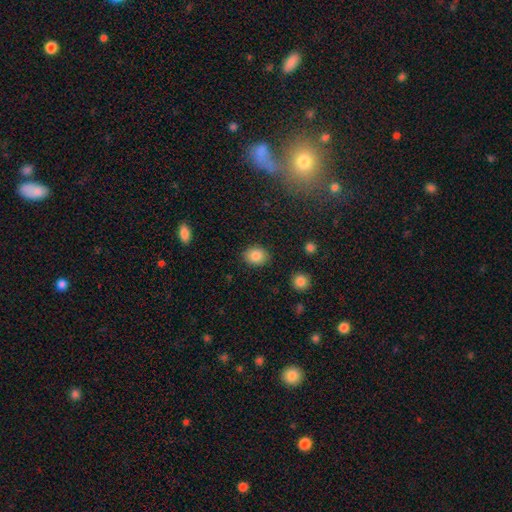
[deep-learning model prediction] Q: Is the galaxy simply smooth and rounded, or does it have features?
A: smooth — 85%.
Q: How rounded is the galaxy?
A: round — 54%.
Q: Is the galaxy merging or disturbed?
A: none — 87%.